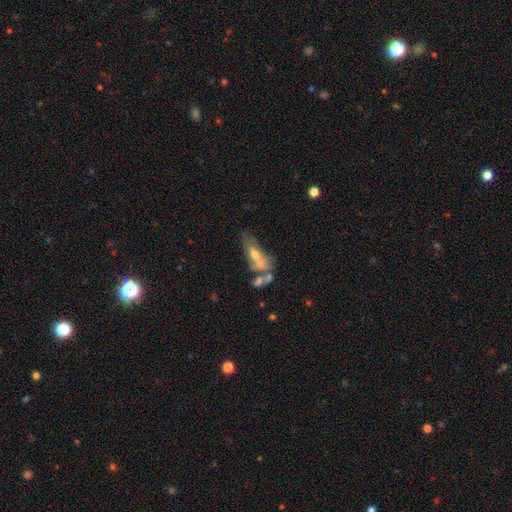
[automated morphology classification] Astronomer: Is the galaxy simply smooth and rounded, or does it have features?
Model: featured or disk — 52% (runner-up: smooth, 37%).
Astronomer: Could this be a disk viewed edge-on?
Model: no — 77%.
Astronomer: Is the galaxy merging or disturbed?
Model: merger — 40% (runner-up: none, 26%).